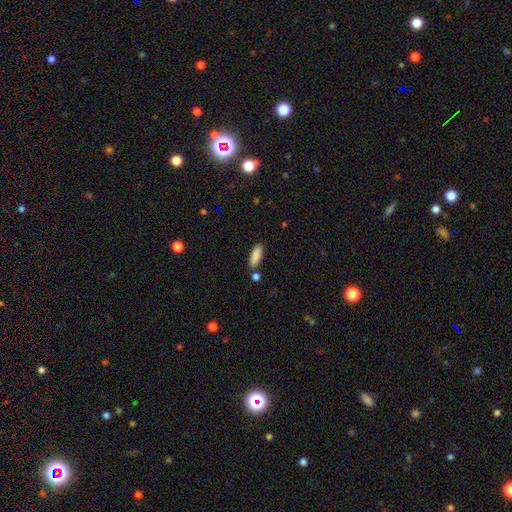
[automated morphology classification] Q: Smooth or featured?
A: smooth (88%); runner-up: star or artifact (7%)
Q: How rounded?
A: in between (64%); runner-up: cigar-shaped (34%)
Q: Merging?
A: none (80%); runner-up: minor disturbance (11%)